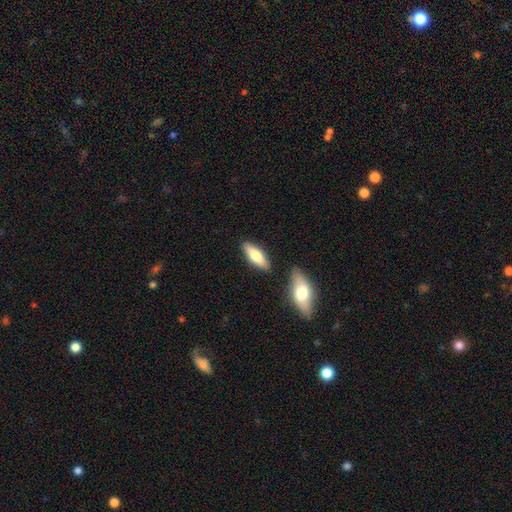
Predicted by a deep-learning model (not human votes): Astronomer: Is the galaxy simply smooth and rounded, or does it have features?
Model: smooth — 66%.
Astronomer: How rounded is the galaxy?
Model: in between — 54% (runner-up: cigar-shaped, 44%).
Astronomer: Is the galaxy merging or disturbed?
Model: none — 82%.